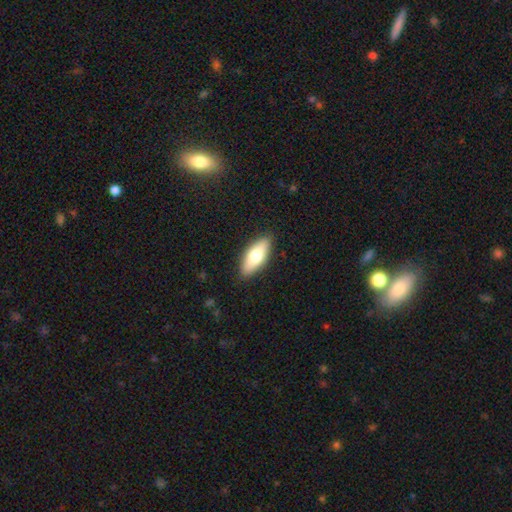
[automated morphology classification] type=smooth (69%); roundness=in between (74%); merging=none (88%).